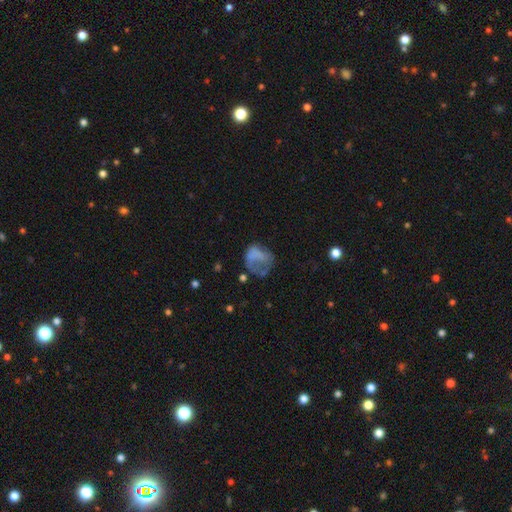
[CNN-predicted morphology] Smooth or featured: smooth — 58% (featured or disk — 29%)
How rounded: round — 56% (in between — 43%)
Merging: major disturbance — 39% (none — 31%)